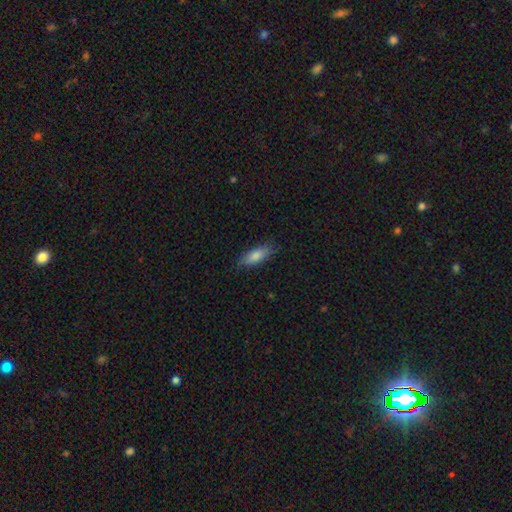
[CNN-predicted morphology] Smooth or featured?
  - smooth: 77% *
  - featured or disk: 16%
  - star or artifact: 7%
How rounded?
  - in between: 57% *
  - cigar-shaped: 41%
  - round: 2%
Merging?
  - none: 82% *
  - minor disturbance: 14%
  - major disturbance: 3%
  - merger: 1%